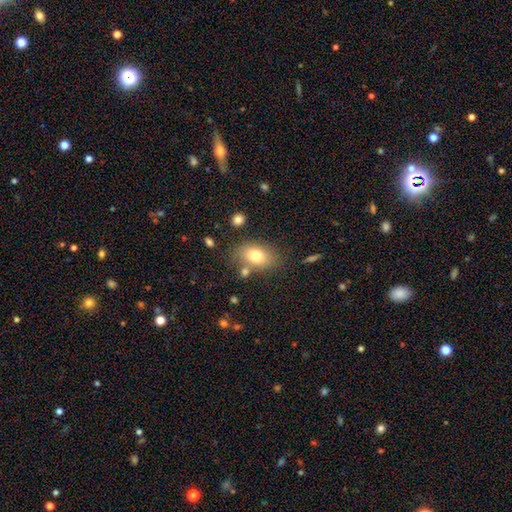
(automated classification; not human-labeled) A smooth galaxy with no disk features (77%) that is in between round and cigar-shaped (82%). Merging: none (73%).